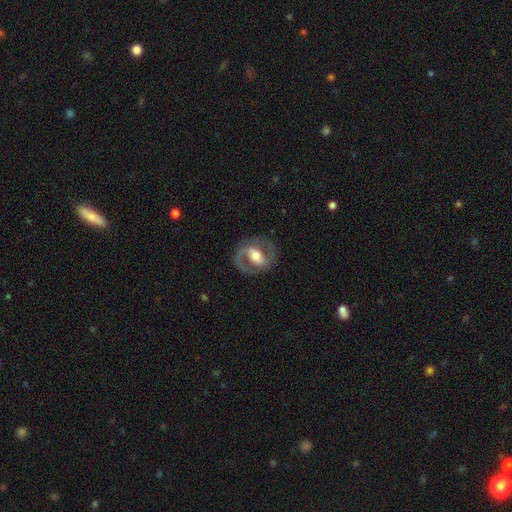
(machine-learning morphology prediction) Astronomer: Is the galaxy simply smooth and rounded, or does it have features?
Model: featured or disk — 83%.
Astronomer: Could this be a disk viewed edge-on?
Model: no — 96%.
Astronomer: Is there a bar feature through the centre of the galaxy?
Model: strong — 44% (runner-up: weak, 37%).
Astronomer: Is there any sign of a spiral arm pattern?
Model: yes — 88%.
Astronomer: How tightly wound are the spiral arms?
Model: medium — 56%.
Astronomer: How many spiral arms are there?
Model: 2 — 88%.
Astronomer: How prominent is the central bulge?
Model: moderate — 65%.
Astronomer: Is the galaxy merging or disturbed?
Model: none — 82%.